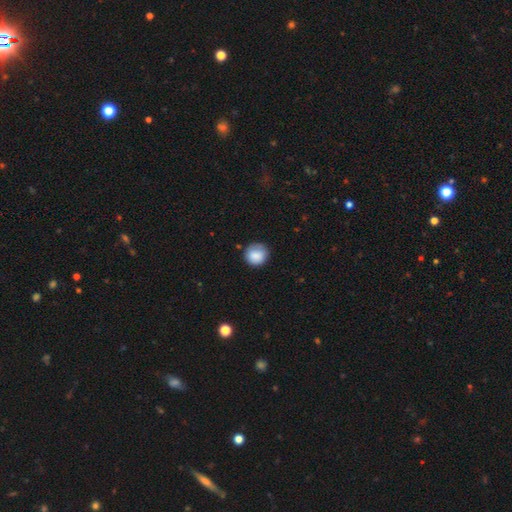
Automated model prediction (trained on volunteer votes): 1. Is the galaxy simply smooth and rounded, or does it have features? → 86% smooth, 8% star or artifact, 6% featured or disk.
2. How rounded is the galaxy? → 89% round, 10% in between, 1% cigar-shaped.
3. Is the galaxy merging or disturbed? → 78% none, 17% minor disturbance, 4% major disturbance, 2% merger.